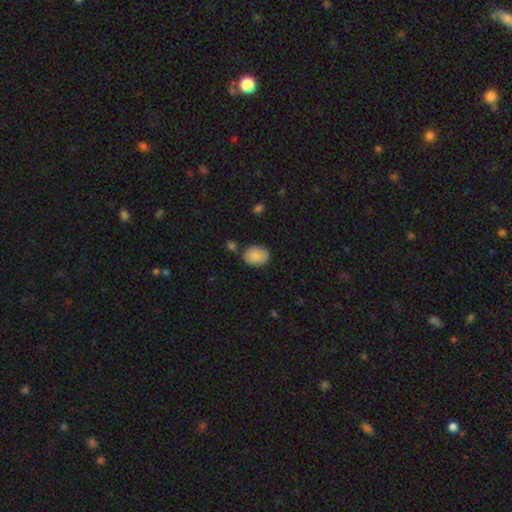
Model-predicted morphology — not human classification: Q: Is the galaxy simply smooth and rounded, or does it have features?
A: smooth — 87%.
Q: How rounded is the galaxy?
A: in between — 57%.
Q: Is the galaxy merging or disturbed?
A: none — 76%.